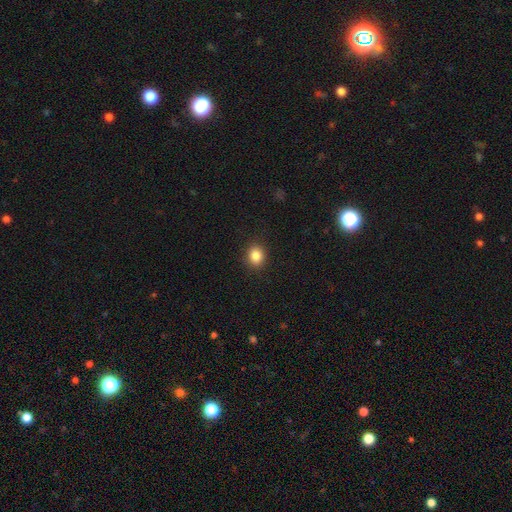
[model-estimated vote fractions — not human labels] Overall: smooth (86%). How rounded: round (68%; in between 31%). Merging: none (90%).